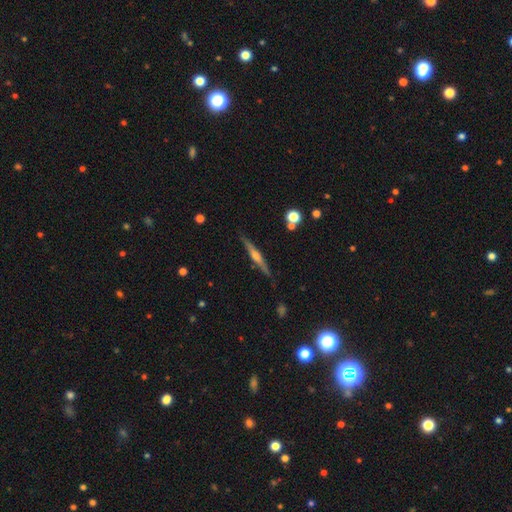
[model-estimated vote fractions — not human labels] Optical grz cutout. It shows a featured or disk galaxy (74%) viewed edge-on (98%) with a rounded central bulge (79%). Merging: none (89%).